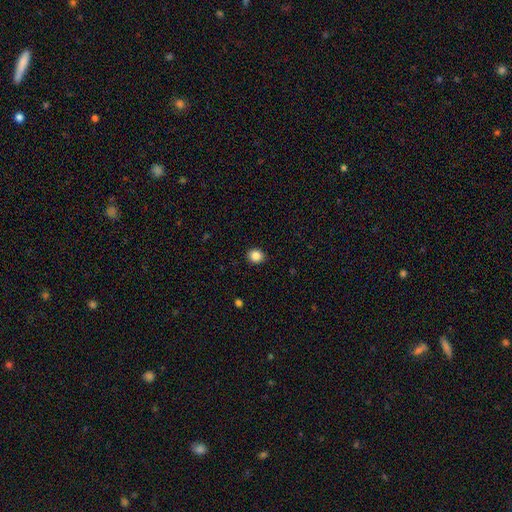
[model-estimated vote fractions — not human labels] Q: Smooth or featured?
A: smooth (86%); runner-up: star or artifact (10%)
Q: How rounded?
A: round (76%); runner-up: in between (23%)
Q: Merging?
A: none (91%); runner-up: minor disturbance (6%)